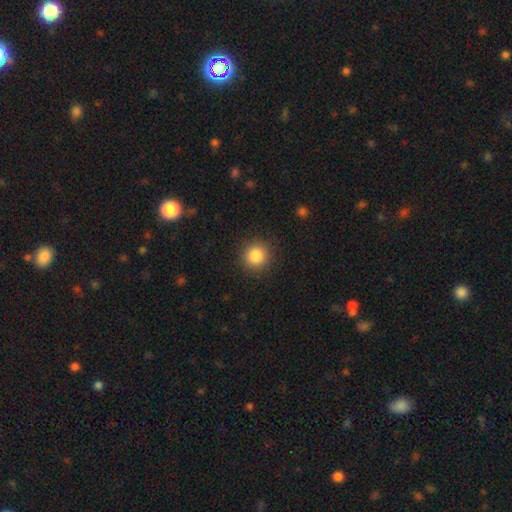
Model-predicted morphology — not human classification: smooth-or-featured: smooth: 85% | star or artifact: 10% | featured or disk: 4%
  how-rounded: round: 93% | in between: 6% | cigar-shaped: 1%
  merging: none: 90% | minor disturbance: 6% | major disturbance: 3% | merger: 1%